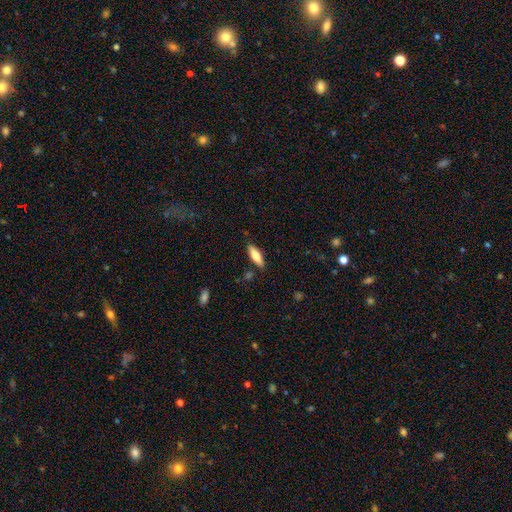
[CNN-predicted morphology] Smooth or featured?
  - smooth: 65% *
  - featured or disk: 29%
  - star or artifact: 6%
How rounded?
  - in between: 51% *
  - cigar-shaped: 47%
  - round: 2%
Merging?
  - none: 86% *
  - minor disturbance: 10%
  - major disturbance: 2%
  - merger: 2%